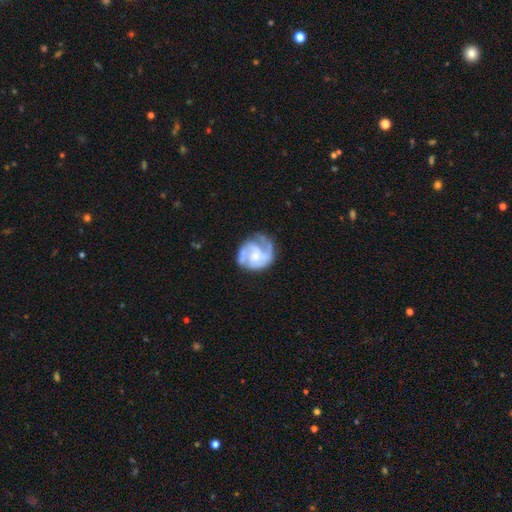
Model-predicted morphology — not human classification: A featured or disk galaxy (77%) with no bar (64%), 2 (34%) medium (43%) spiral arms (86%) and a moderate central bulge (48%).

Vote fractions:
- Smooth or featured? featured or disk: 77% / smooth: 17% / star or artifact: 5%
- Edge-on disk? no: 98% / yes: 2%
- Bar? no: 64% / weak: 30% / strong: 6%
- Spiral arms? yes: 86% / no: 14%
- Spiral winding? medium: 43% / tight: 40% / loose: 17%
- Spiral arm count? 2: 34% / 3: 26% / can't tell: 23% / 1: 7% / 4: 5% / more than 4: 3%
- Bulge size? moderate: 48% / small: 37% / none: 8% / large: 6% / dominant: 1%
- Merging? none: 56% / minor disturbance: 24% / major disturbance: 17% / merger: 4%